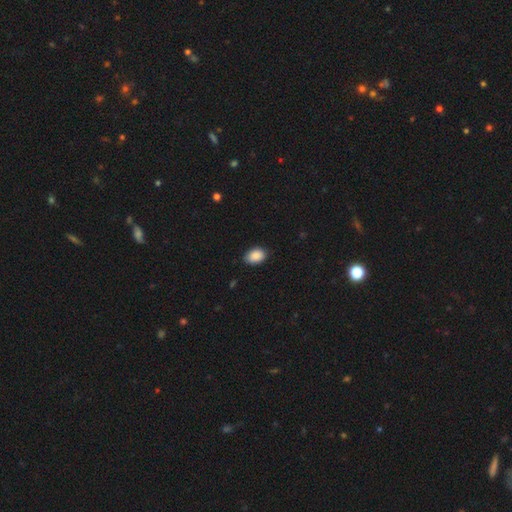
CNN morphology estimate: smooth_or_featured: smooth (p=0.89) [alt: star or artifact p=0.07]
how_rounded: in between (p=0.83) [alt: round p=0.16]
merging: none (p=0.84) [alt: minor disturbance p=0.13]